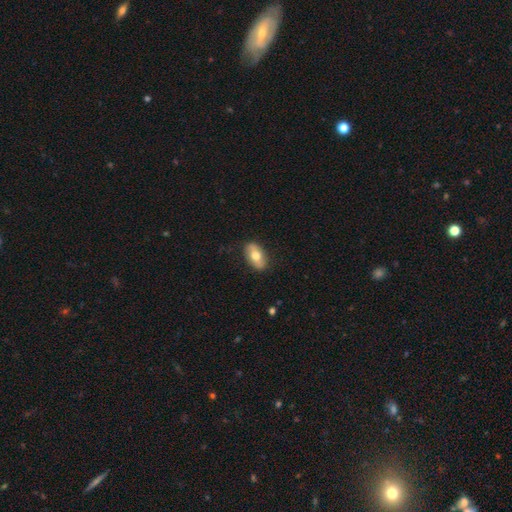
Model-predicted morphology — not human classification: This is likely a smooth galaxy (63%). How rounded: clearly in between (90%). Merging: clearly none (84%).